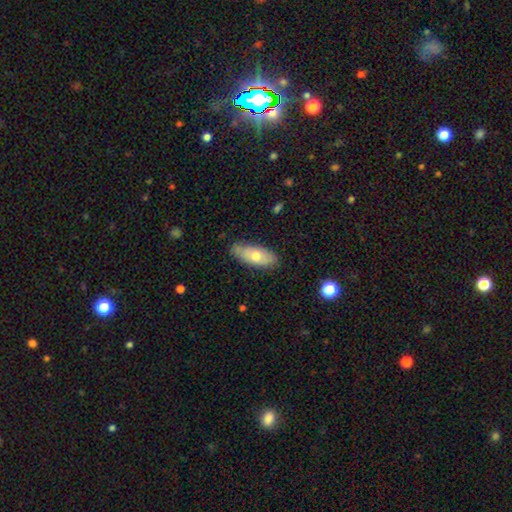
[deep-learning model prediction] Smooth or featured? Predicted: smooth (p=0.66). How rounded? Predicted: in between (p=0.84). Merging? Predicted: none (p=0.74).